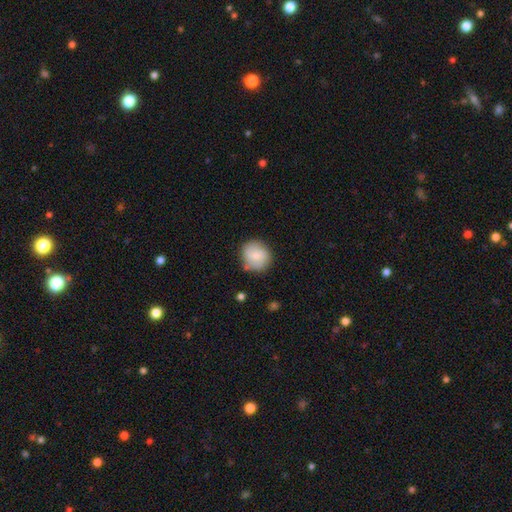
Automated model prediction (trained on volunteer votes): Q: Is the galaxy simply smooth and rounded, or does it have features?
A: smooth — 71%.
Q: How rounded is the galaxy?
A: round — 86%.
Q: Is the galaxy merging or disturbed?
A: none — 74%.